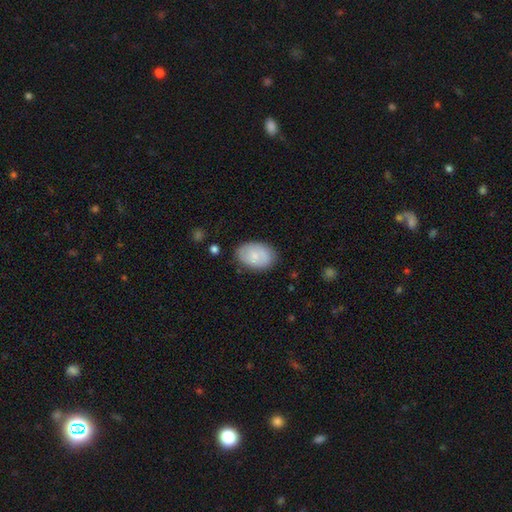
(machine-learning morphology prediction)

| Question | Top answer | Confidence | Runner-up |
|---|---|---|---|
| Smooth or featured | smooth | 65% | featured or disk (29%) |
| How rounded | in between | 84% | round (14%) |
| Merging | none | 79% | minor disturbance (16%) |